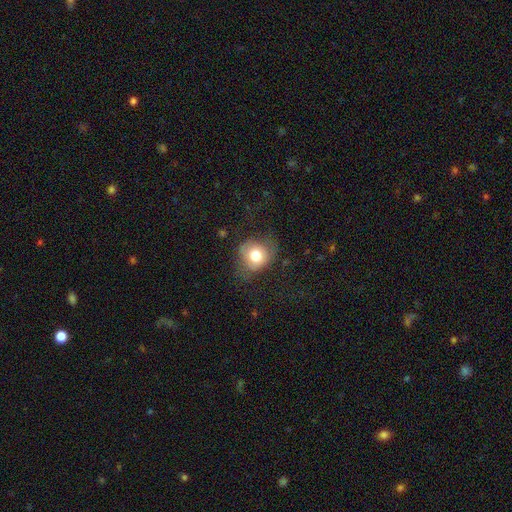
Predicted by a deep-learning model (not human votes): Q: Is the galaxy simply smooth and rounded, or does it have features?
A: smooth — 73%.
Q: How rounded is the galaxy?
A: round — 70%.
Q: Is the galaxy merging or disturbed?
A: none — 57%.